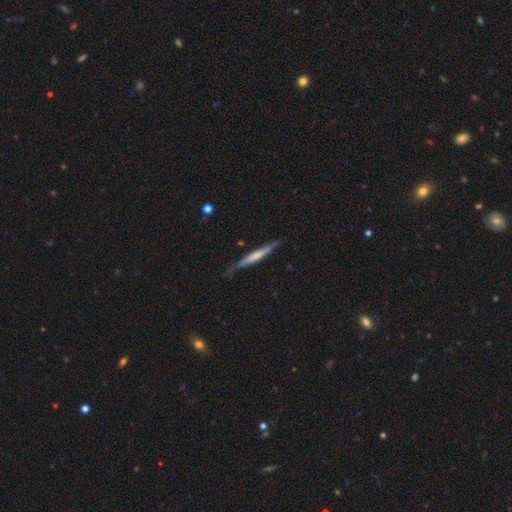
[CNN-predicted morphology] Smooth or featured? featured or disk (50%)
Edge-on disk? yes (94%)
Merging? none (73%)